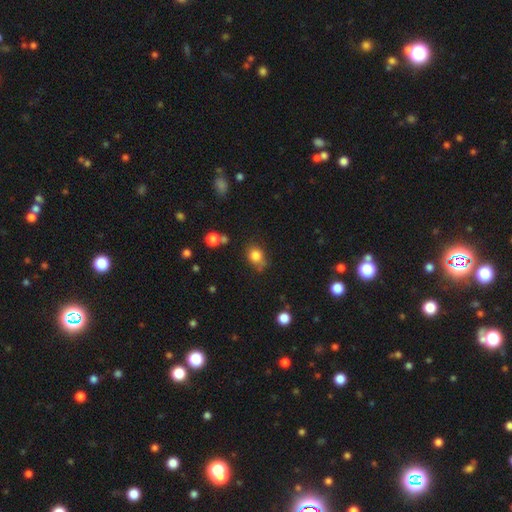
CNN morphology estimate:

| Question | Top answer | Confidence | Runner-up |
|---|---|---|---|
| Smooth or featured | smooth | 82% | star or artifact (12%) |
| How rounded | round | 64% | in between (35%) |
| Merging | none | 65% | minor disturbance (23%) |